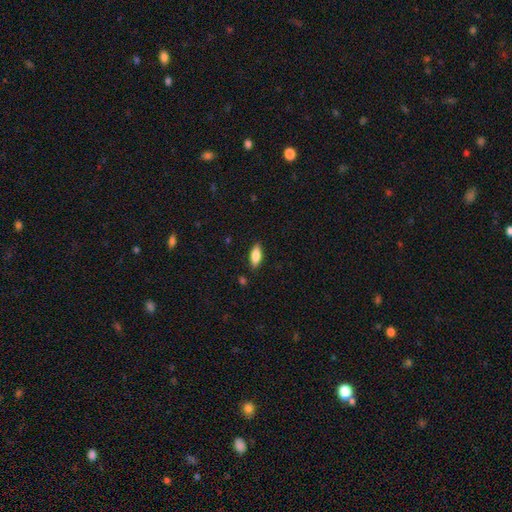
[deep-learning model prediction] Smooth or featured? smooth (79%)
How rounded? in between (76%)
Merging? none (86%)